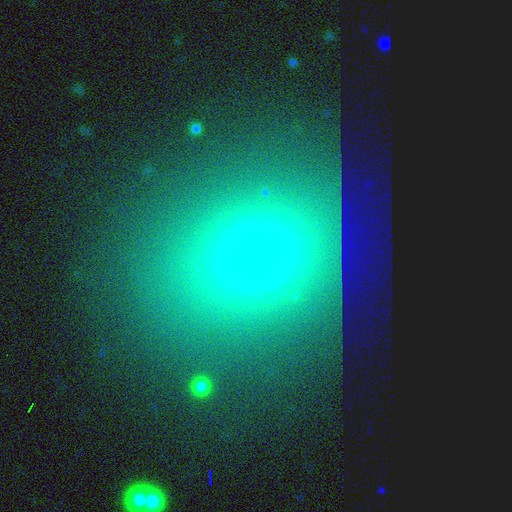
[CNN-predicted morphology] type=smooth (59%); roundness=round (63%); merging=none (62%).